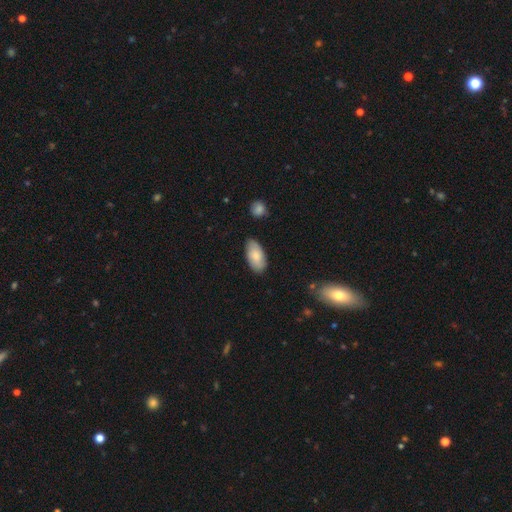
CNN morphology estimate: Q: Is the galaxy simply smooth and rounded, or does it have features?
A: smooth — 79%.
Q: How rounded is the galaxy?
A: in between — 94%.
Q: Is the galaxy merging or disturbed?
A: none — 80%.